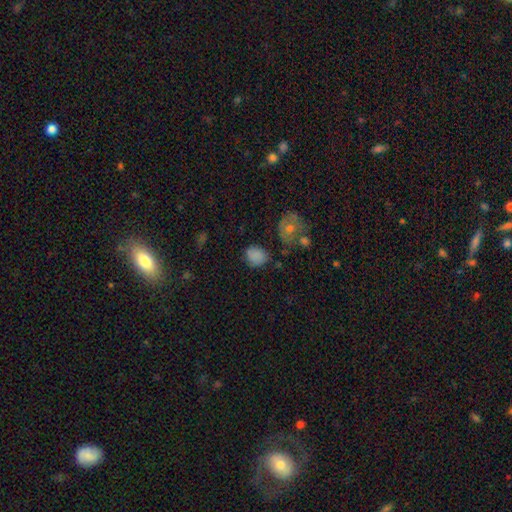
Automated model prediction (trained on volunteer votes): A smooth galaxy with no disk features (82%) that is round (60%). Merging: none (70%).